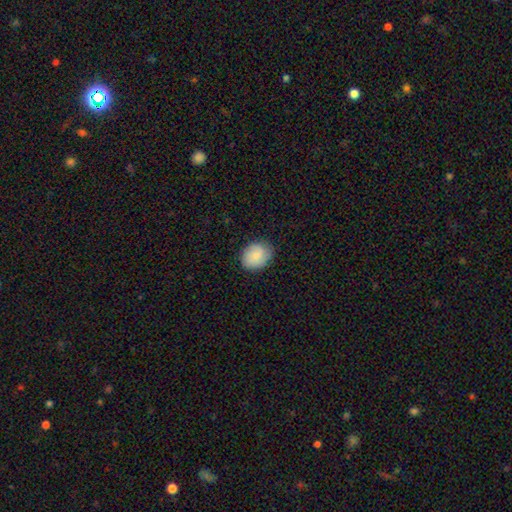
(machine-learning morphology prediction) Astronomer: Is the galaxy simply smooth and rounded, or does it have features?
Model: smooth — 79%.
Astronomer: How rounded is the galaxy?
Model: round — 52% (runner-up: in between, 47%).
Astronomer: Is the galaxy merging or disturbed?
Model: none — 79%.